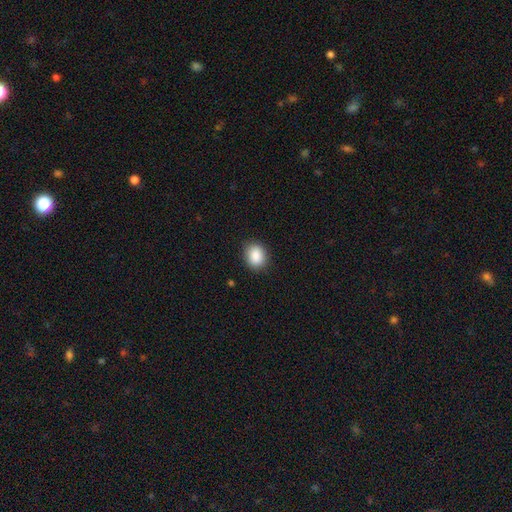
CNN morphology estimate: Smooth or featured?
  - smooth: 88% *
  - star or artifact: 8%
  - featured or disk: 4%
How rounded?
  - in between: 52% *
  - round: 47%
  - cigar-shaped: 1%
Merging?
  - none: 87% *
  - minor disturbance: 10%
  - major disturbance: 2%
  - merger: 1%